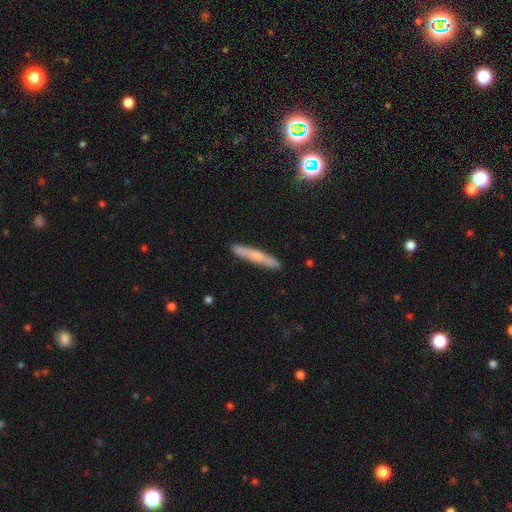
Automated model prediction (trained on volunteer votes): Smooth or featured? smooth (58%)
How rounded? cigar-shaped (94%)
Merging? none (89%)